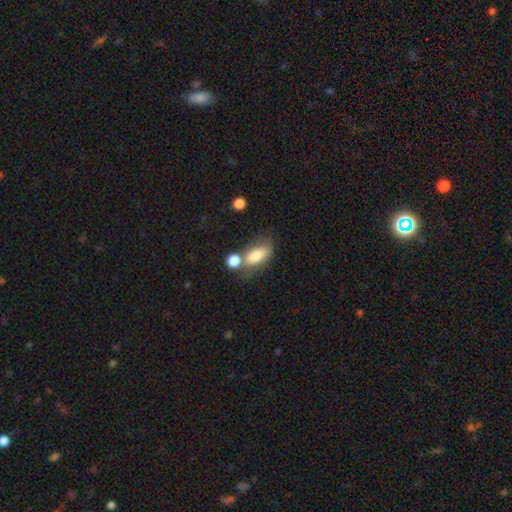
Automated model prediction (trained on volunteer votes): Smooth or featured?
  - smooth: 77% *
  - featured or disk: 15%
  - star or artifact: 8%
How rounded?
  - in between: 85% *
  - cigar-shaped: 8%
  - round: 7%
Merging?
  - none: 44% *
  - merger: 30%
  - minor disturbance: 17%
  - major disturbance: 8%